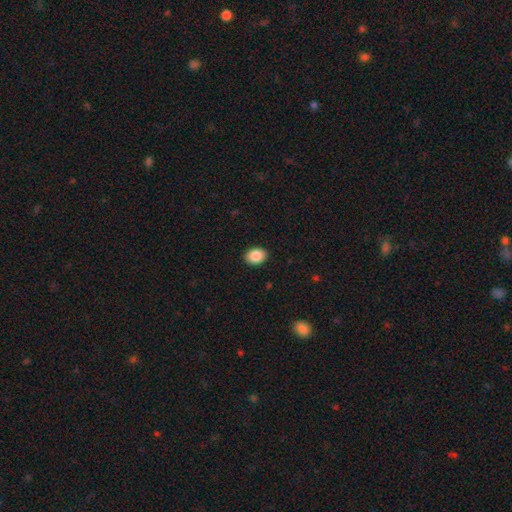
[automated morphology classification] smooth-or-featured: smooth: 89% | star or artifact: 8% | featured or disk: 4%
  how-rounded: in between: 63% | round: 36% | cigar-shaped: 1%
  merging: none: 91% | minor disturbance: 7% | major disturbance: 2% | merger: 1%